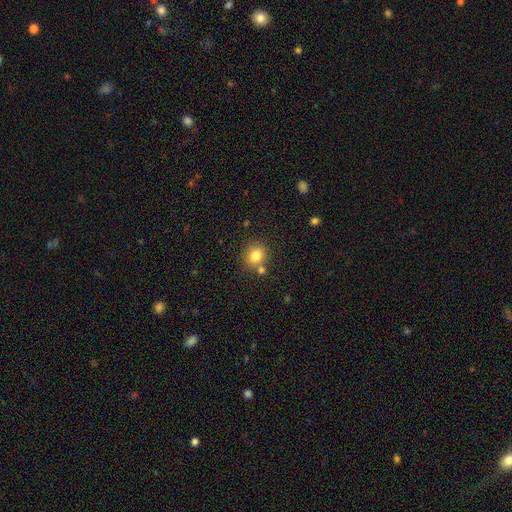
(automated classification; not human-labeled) smooth_or_featured: smooth (p=0.81) [alt: star or artifact p=0.11]
how_rounded: round (p=0.74) [alt: in between p=0.25]
merging: none (p=0.72) [alt: merger p=0.14]